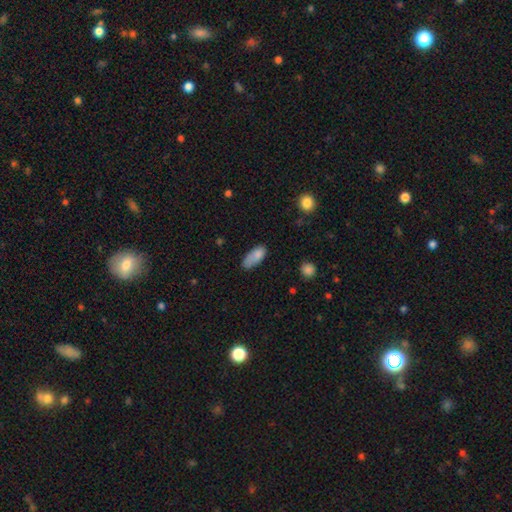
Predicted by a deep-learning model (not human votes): Q: Smooth or featured?
A: smooth (82%); runner-up: featured or disk (10%)
Q: How rounded?
A: in between (84%); runner-up: cigar-shaped (13%)
Q: Merging?
A: none (48%); runner-up: minor disturbance (36%)